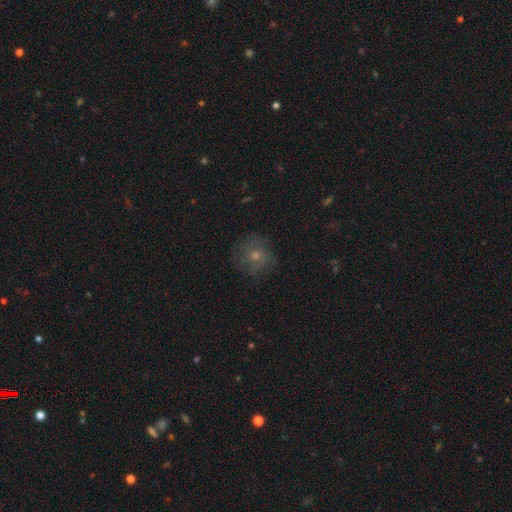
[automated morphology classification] This appears to be a smooth galaxy with no disk features (54%) that is round (88%). Merging: none (75%).